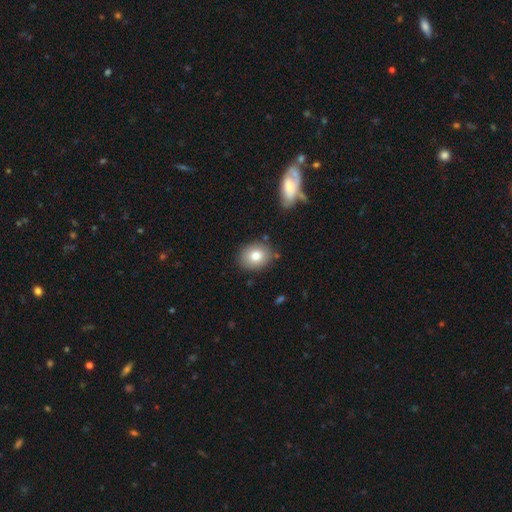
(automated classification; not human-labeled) smooth_or_featured: smooth (p=0.79) [alt: featured or disk p=0.12]
how_rounded: round (p=0.56) [alt: in between p=0.44]
merging: none (p=0.84) [alt: minor disturbance p=0.11]